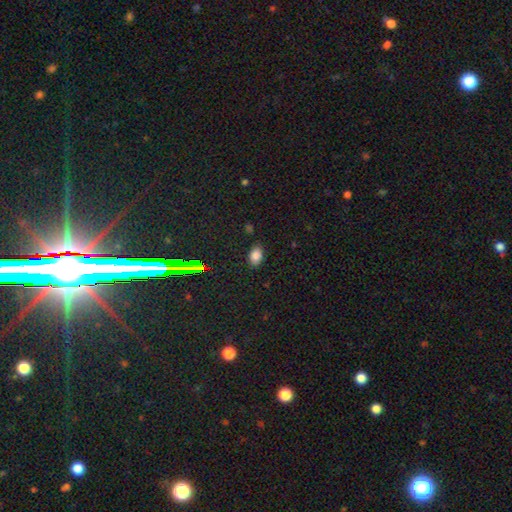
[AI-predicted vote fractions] smooth-or-featured: smooth: 80% | star or artifact: 14% | featured or disk: 6%
  how-rounded: in between: 85% | round: 14% | cigar-shaped: 1%
  merging: none: 83% | minor disturbance: 12% | major disturbance: 3% | merger: 2%